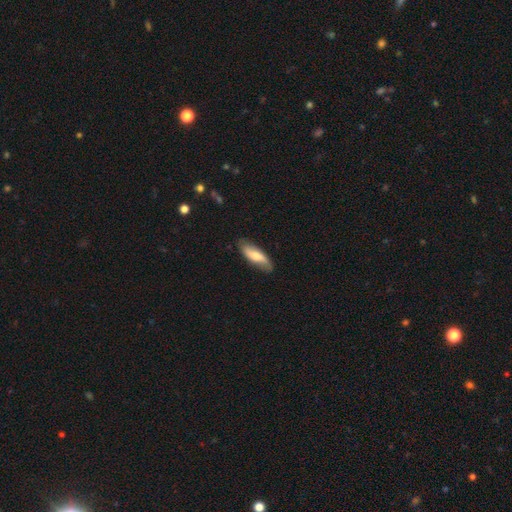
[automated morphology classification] A smooth galaxy with no disk features (57%) that is in between round and cigar-shaped (61%).

Vote fractions:
- Smooth or featured? smooth: 57% / featured or disk: 37% / star or artifact: 6%
- How rounded? in between: 61% / cigar-shaped: 36% / round: 2%
- Merging? none: 76% / minor disturbance: 19% / major disturbance: 4% / merger: 1%